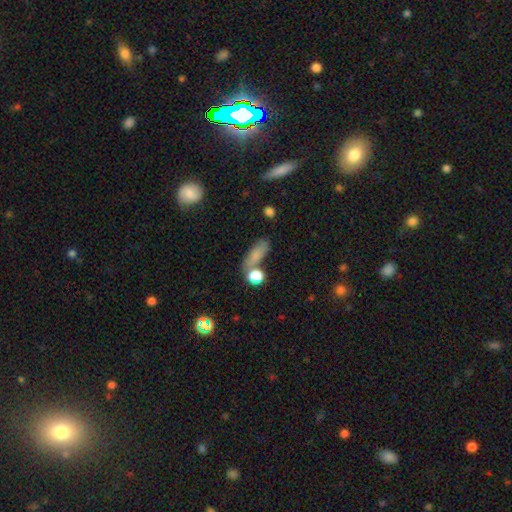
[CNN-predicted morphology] Smooth or featured? Predicted: smooth (p=0.76). How rounded? Predicted: in between (p=0.63). Merging? Predicted: none (p=0.56).